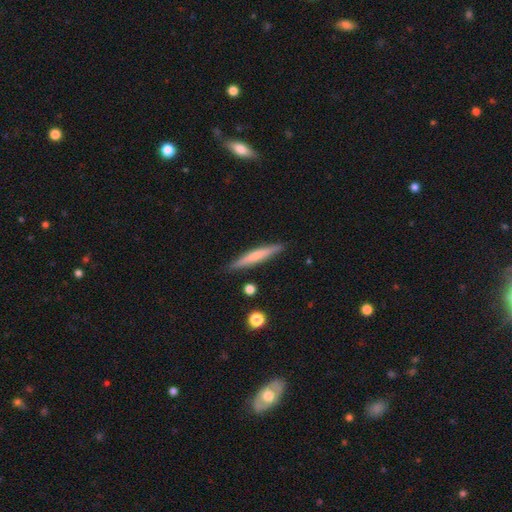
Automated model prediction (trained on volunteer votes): This is possibly a smooth galaxy (54%). How rounded: clearly cigar-shaped (94%). Merging: clearly none (88%).